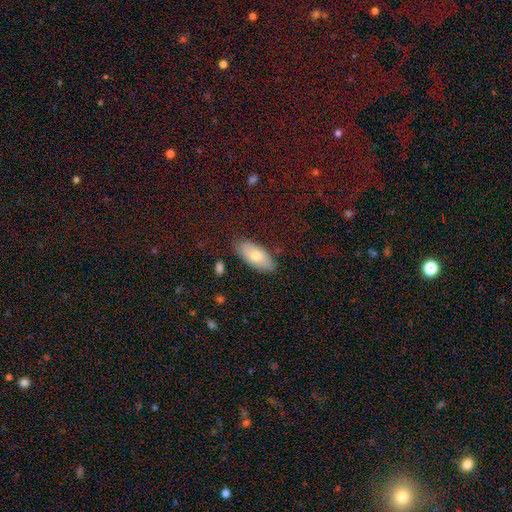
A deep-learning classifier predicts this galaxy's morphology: Smooth or featured? Predicted: smooth (p=0.72). How rounded? Predicted: in between (p=0.90). Merging? Predicted: none (p=0.82).